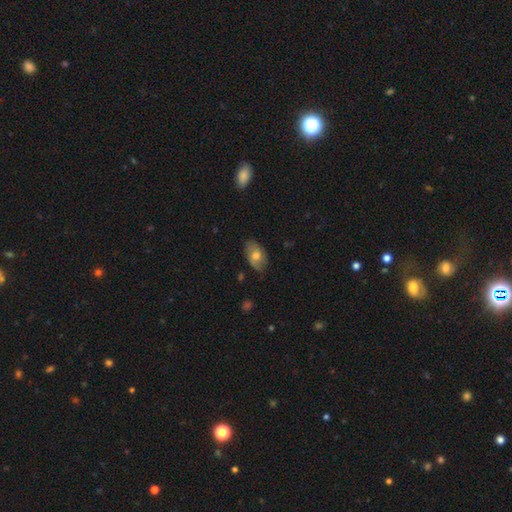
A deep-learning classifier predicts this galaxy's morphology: The model was most divided on "smooth or featured": smooth: 64%, featured or disk: 29%, star or artifact: 7%. More confident: how rounded — in between (90%); merging — none (75%).